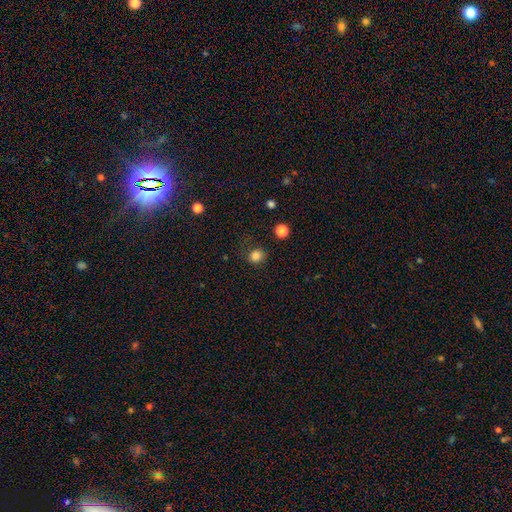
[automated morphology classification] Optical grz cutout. It shows a smooth galaxy with no disk features (83%) that is round (80%). Merging: none (78%).